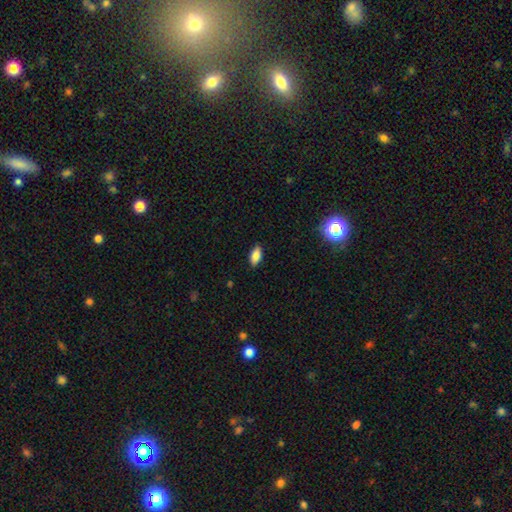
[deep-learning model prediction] A smooth galaxy with no disk features (83%) that is in between round and cigar-shaped (90%).

Vote fractions:
- Smooth or featured? smooth: 83% / star or artifact: 8% / featured or disk: 8%
- How rounded? in between: 90% / cigar-shaped: 8% / round: 3%
- Merging? none: 88% / minor disturbance: 10% / major disturbance: 2% / merger: 1%